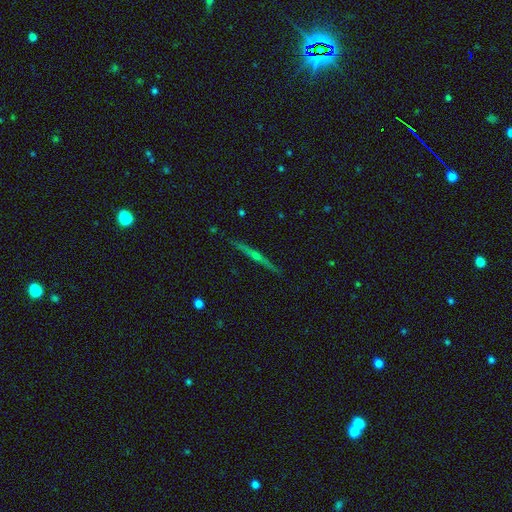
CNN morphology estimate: This appears to be a featured or disk galaxy (81%) viewed edge-on (98%) with a rounded central bulge (87%). Merging: none (91%).